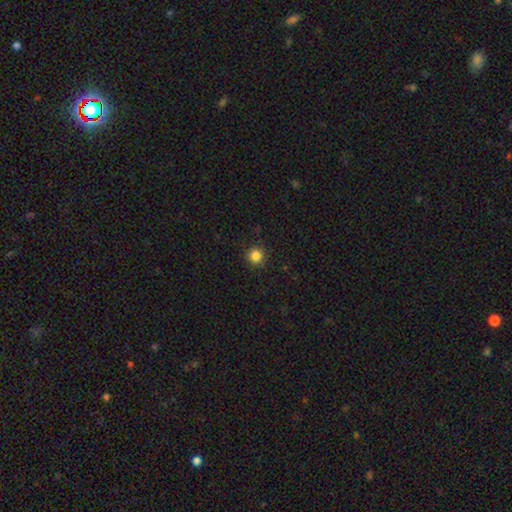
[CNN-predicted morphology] Smooth or featured? Predicted: smooth (p=0.84). How rounded? Predicted: round (p=0.94). Merging? Predicted: none (p=0.90).